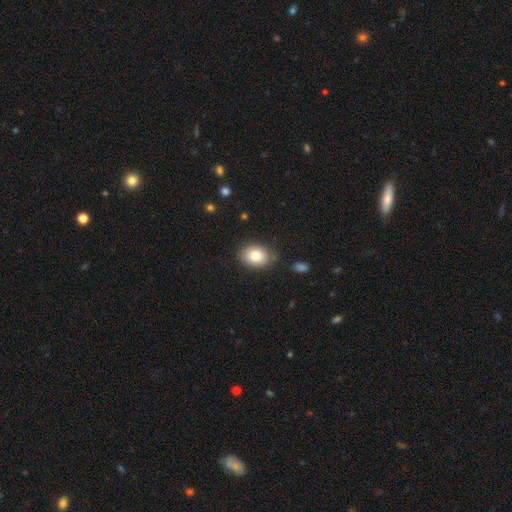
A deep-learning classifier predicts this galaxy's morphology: Q: Smooth or featured?
A: smooth (82%); runner-up: featured or disk (10%)
Q: How rounded?
A: in between (68%); runner-up: round (31%)
Q: Merging?
A: none (82%); runner-up: minor disturbance (13%)